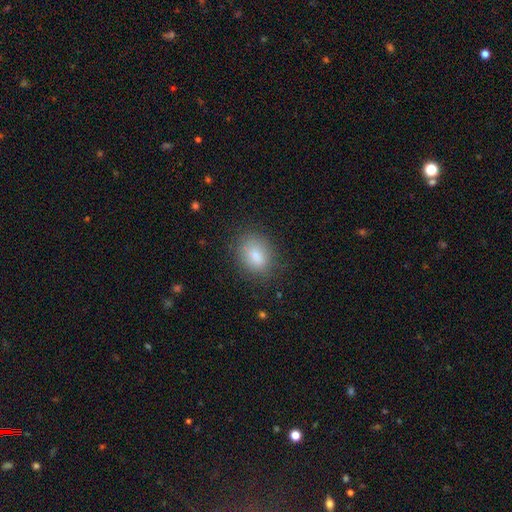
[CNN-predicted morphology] Smooth or featured? smooth (83%)
How rounded? in between (64%)
Merging? none (80%)